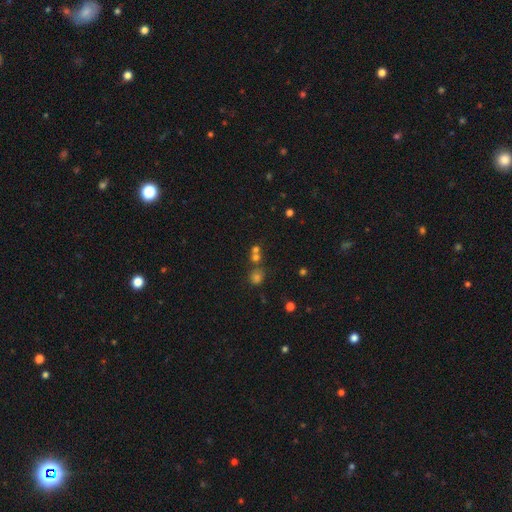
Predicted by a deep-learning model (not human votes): Morphology: type=smooth (48%); merging=none (56%).